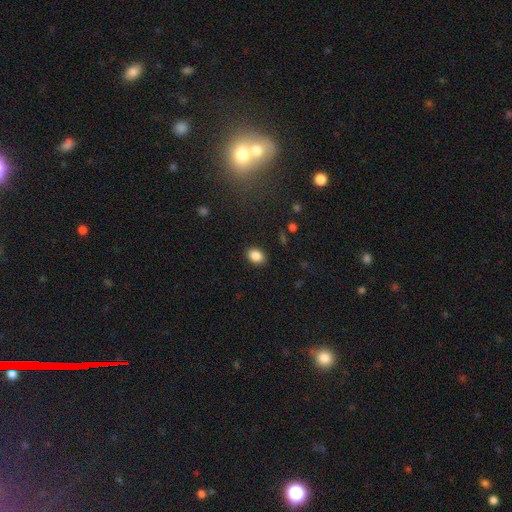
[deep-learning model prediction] Smooth or featured: smooth — 86% (star or artifact — 9%)
How rounded: in between — 66% (round — 33%)
Merging: none — 89% (minor disturbance — 8%)